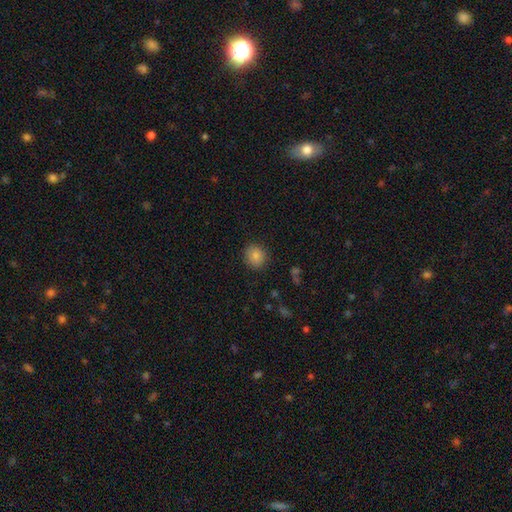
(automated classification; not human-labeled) smooth_or_featured: smooth (p=0.84) [alt: star or artifact p=0.10]
how_rounded: round (p=0.82) [alt: in between p=0.17]
merging: none (p=0.87) [alt: minor disturbance p=0.09]